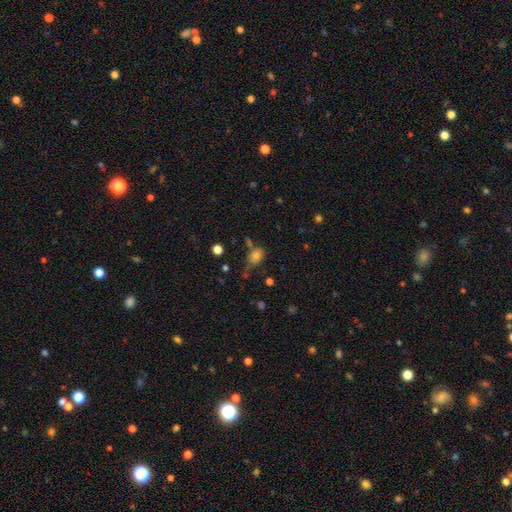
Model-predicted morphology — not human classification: smooth-or-featured: smooth: 76% | star or artifact: 13% | featured or disk: 11%
  how-rounded: in between: 67% | round: 31% | cigar-shaped: 2%
  merging: none: 55% | minor disturbance: 24% | merger: 13% | major disturbance: 8%